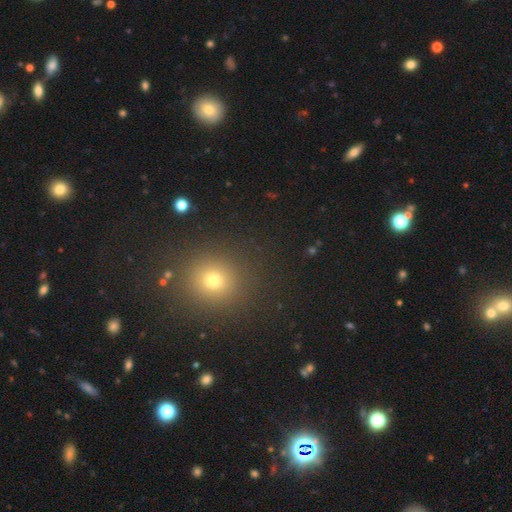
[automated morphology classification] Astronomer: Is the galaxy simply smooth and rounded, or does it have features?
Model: smooth — 57% (runner-up: star or artifact, 36%).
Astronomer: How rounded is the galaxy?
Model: round — 88%.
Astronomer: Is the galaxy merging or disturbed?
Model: none — 89%.